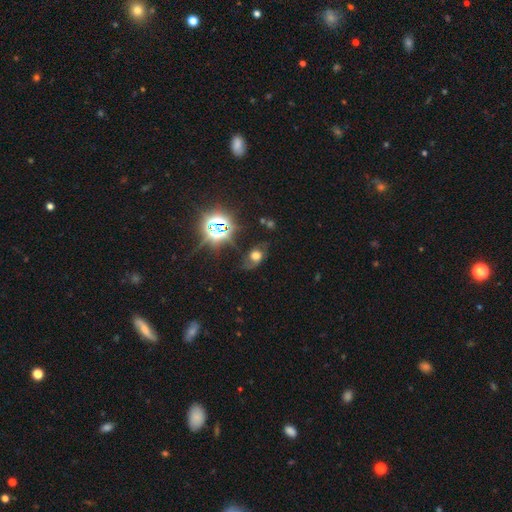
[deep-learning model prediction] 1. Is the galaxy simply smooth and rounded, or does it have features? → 40% smooth, 32% featured or disk, 28% star or artifact.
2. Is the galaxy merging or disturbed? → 52% none, 24% minor disturbance, 20% major disturbance, 4% merger.